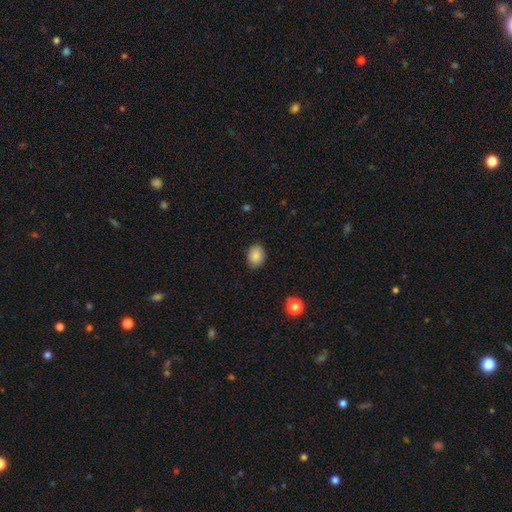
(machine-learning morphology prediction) Smooth or featured? smooth (86%)
How rounded? in between (53%)
Merging? none (85%)